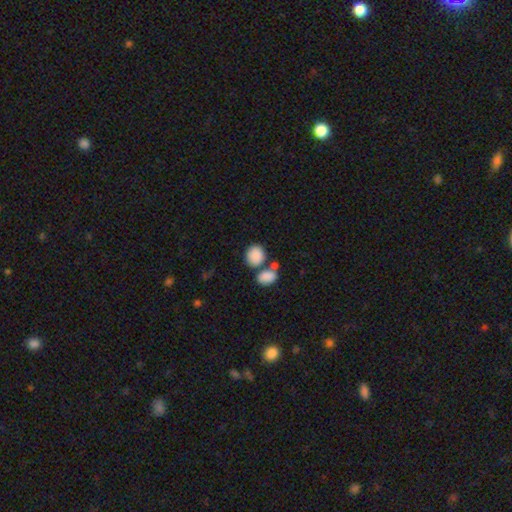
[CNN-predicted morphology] Smooth or featured? smooth (86%)
How rounded? round (53%)
Merging? none (51%)